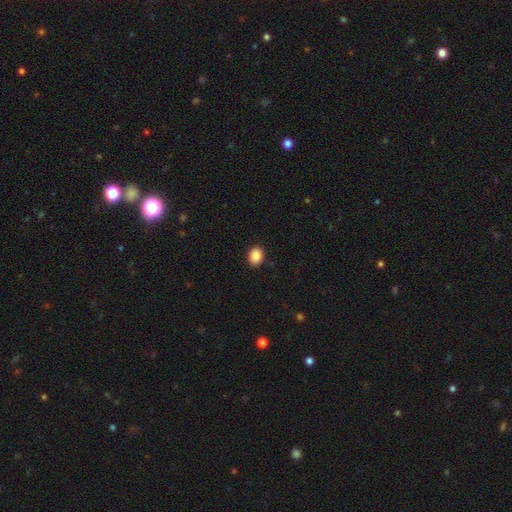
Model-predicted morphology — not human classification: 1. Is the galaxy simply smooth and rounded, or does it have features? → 89% smooth, 8% star or artifact, 3% featured or disk.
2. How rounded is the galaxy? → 54% in between, 45% round, 1% cigar-shaped.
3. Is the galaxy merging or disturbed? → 91% none, 6% minor disturbance, 2% major disturbance, 1% merger.